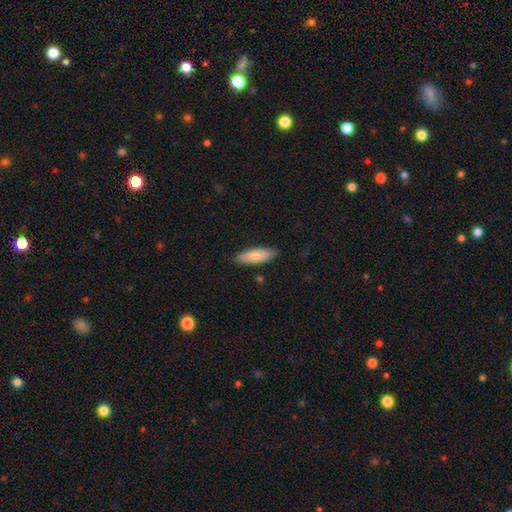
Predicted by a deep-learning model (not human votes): Overall: smooth (77%). How rounded: in between (56%; cigar-shaped 42%). Merging: none (85%).